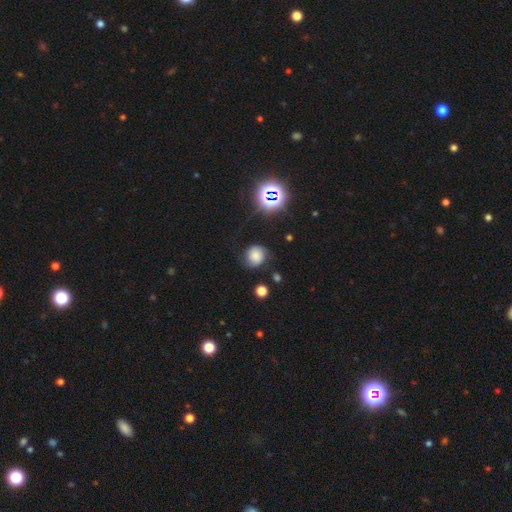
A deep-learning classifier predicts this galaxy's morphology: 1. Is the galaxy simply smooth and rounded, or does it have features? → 58% smooth, 26% featured or disk, 16% star or artifact.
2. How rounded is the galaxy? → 80% round, 19% in between, 1% cigar-shaped.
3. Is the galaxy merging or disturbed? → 70% none, 20% minor disturbance, 8% major disturbance, 2% merger.